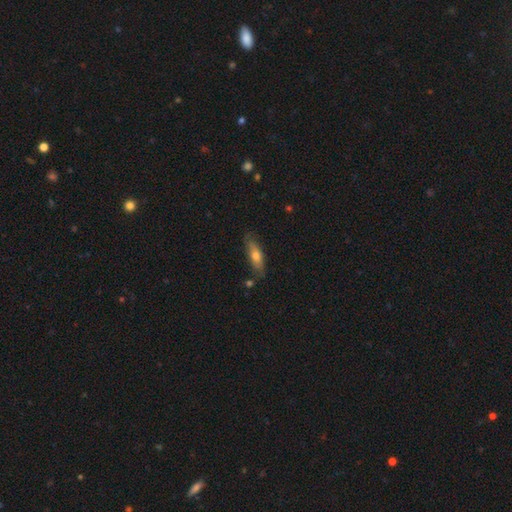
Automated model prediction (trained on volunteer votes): The model was most divided on "how rounded": cigar-shaped: 49%, in between: 48%, round: 3%. More confident: merging — none (73%); smooth or featured — smooth (61%).